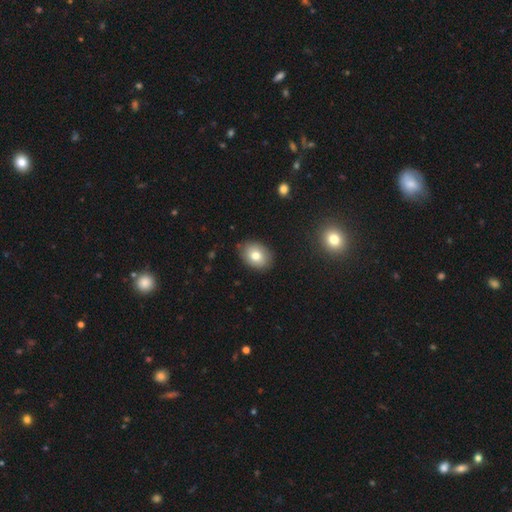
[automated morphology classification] Overall: smooth (78%). How rounded: in between (68%; round 31%). Merging: none (85%).